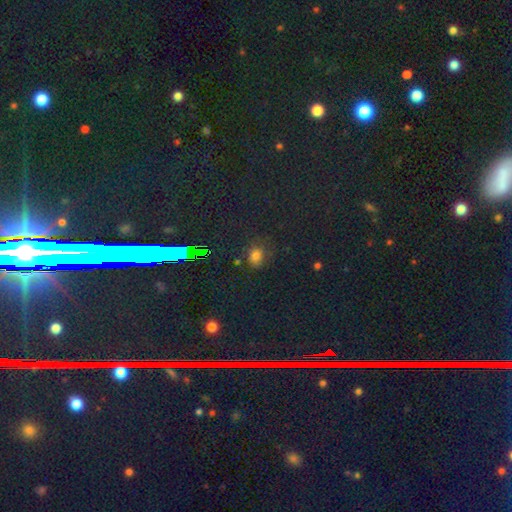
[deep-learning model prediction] smooth 64%, star or artifact 29%, featured or disk 7%. Down the decision tree: how rounded — round (55%); merging — none (74%).